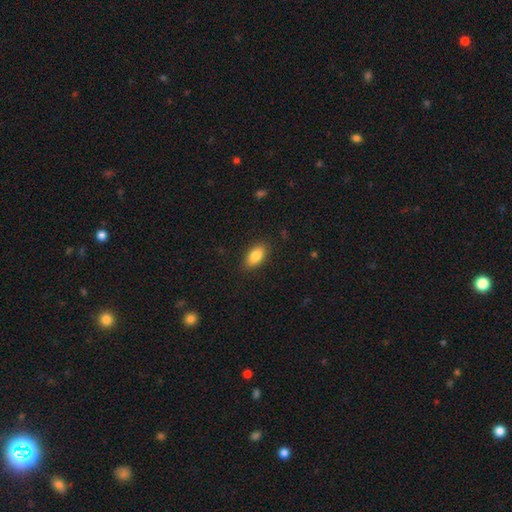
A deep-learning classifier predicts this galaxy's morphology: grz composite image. It shows a smooth galaxy with no disk features (85%) that is in between round and cigar-shaped (91%). Merging: none (87%).